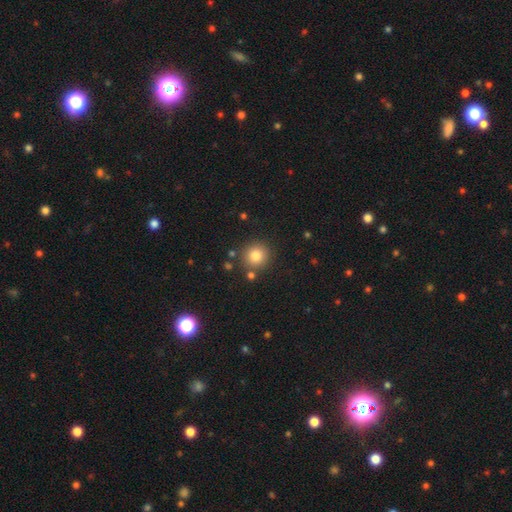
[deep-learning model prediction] smooth-or-featured: smooth: 81% | star or artifact: 12% | featured or disk: 7%
  how-rounded: round: 92% | in between: 7% | cigar-shaped: 1%
  merging: none: 84% | minor disturbance: 8% | merger: 6% | major disturbance: 3%